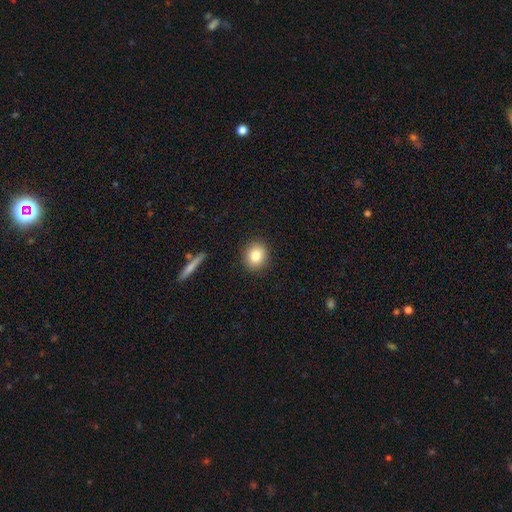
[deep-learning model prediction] Smooth or featured? smooth (83%)
How rounded? round (78%)
Merging? none (90%)